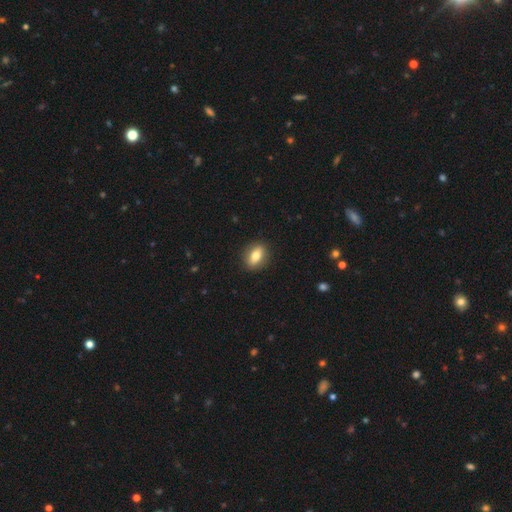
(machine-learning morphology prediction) Overall: smooth (74%). How rounded: in between (70%). Merging: none (89%).